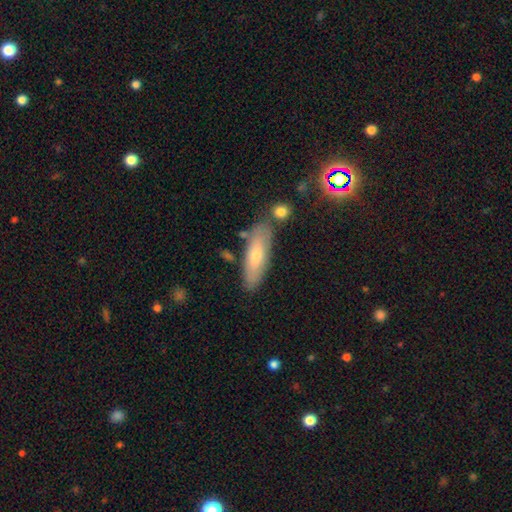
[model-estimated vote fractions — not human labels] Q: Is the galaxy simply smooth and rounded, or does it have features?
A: smooth — 62%.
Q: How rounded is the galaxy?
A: cigar-shaped — 53%.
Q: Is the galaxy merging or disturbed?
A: none — 78%.